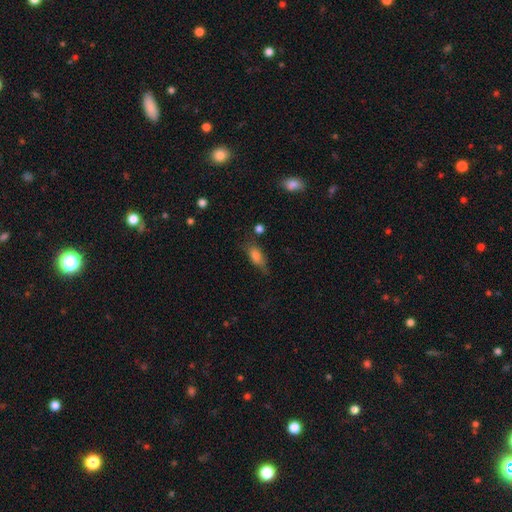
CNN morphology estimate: A smooth galaxy with no disk features (76%) that is in between round and cigar-shaped (77%).

Vote fractions:
- Smooth or featured? smooth: 76% / featured or disk: 15% / star or artifact: 9%
- How rounded? in between: 77% / cigar-shaped: 17% / round: 5%
- Merging? none: 58% / minor disturbance: 28% / major disturbance: 10% / merger: 4%